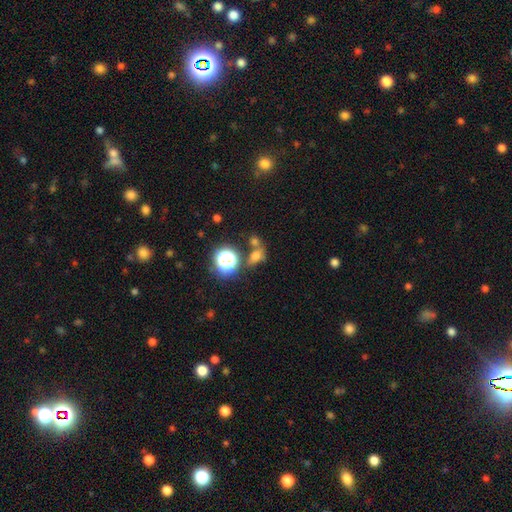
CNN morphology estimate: A smooth galaxy with no disk features (60%) that is in between round and cigar-shaped (51%).

Vote fractions:
- Smooth or featured? smooth: 60% / star or artifact: 28% / featured or disk: 12%
- How rounded? in between: 51% / round: 45% / cigar-shaped: 3%
- Merging? none: 47% / merger: 31% / minor disturbance: 13% / major disturbance: 9%